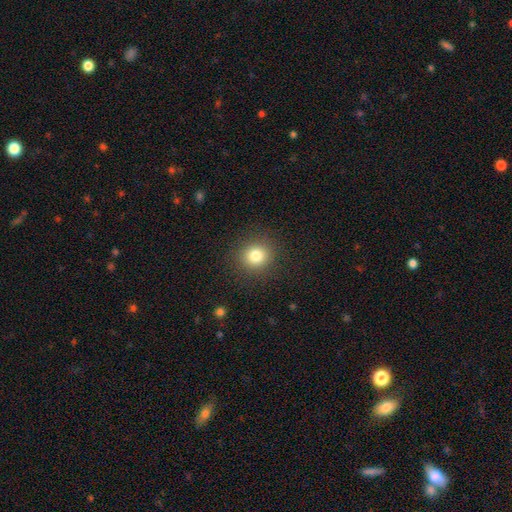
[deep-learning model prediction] Overall: smooth (81%). How rounded: round (89%). Merging: none (89%).